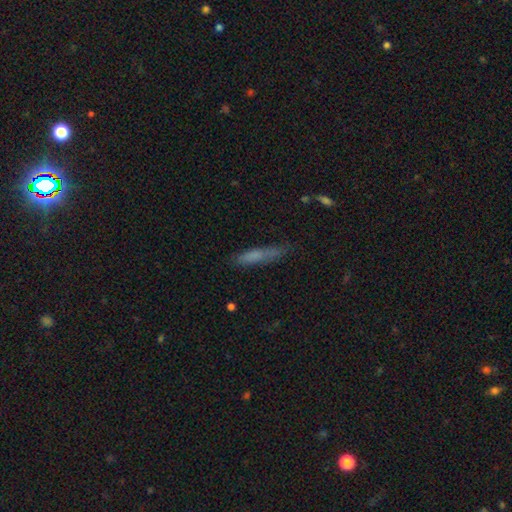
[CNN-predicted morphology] Smooth or featured?
  - smooth: 68% *
  - featured or disk: 22%
  - star or artifact: 9%
How rounded?
  - cigar-shaped: 86% *
  - in between: 12%
  - round: 2%
Merging?
  - none: 67% *
  - minor disturbance: 23%
  - major disturbance: 7%
  - merger: 3%